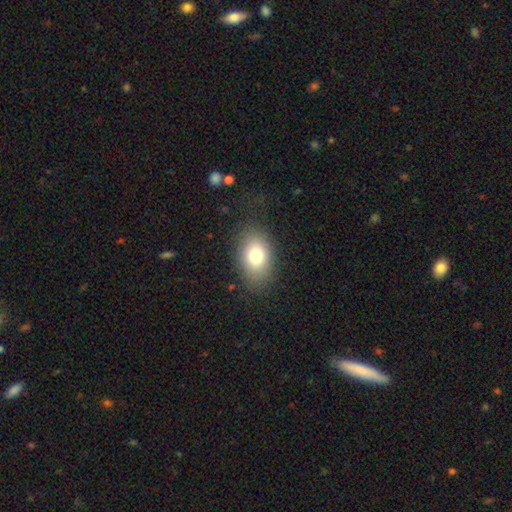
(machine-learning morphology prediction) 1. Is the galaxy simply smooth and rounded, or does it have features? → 78% smooth, 12% featured or disk, 10% star or artifact.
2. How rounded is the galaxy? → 80% in between, 19% round, 1% cigar-shaped.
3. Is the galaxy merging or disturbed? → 83% none, 11% minor disturbance, 5% major disturbance, 1% merger.